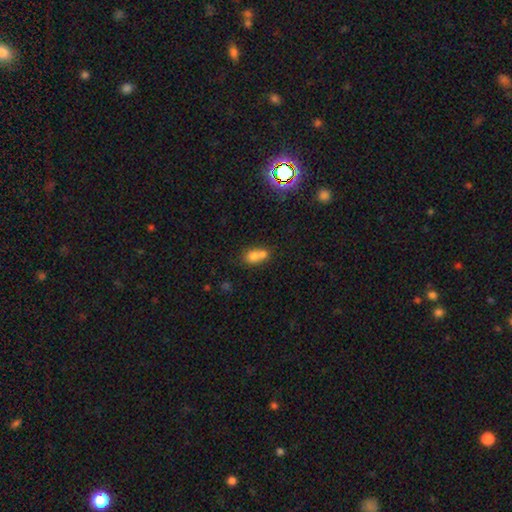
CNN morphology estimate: type=smooth (72%); roundness=in between (59%); merging=merger (59%).